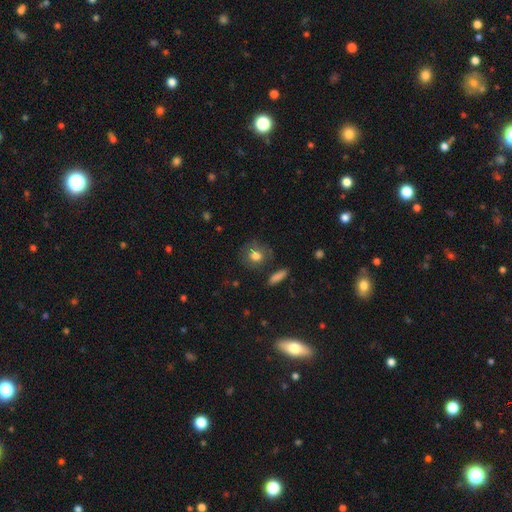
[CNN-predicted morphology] Smooth or featured: smooth — 76% (featured or disk — 15%)
How rounded: round — 72% (in between — 26%)
Merging: none — 74% (minor disturbance — 16%)